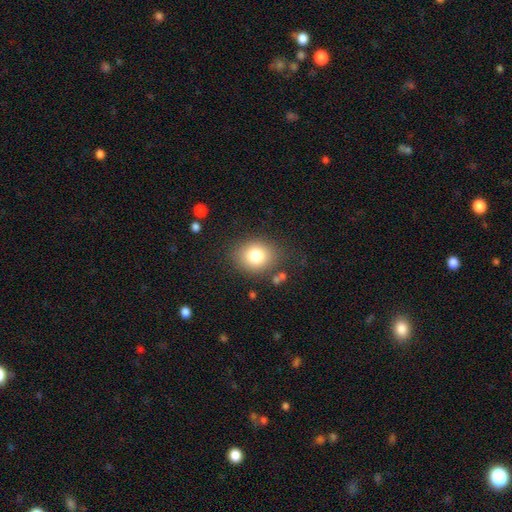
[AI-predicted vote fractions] This appears to be a smooth galaxy with no disk features (79%) that is round (65%). Merging: none (81%).